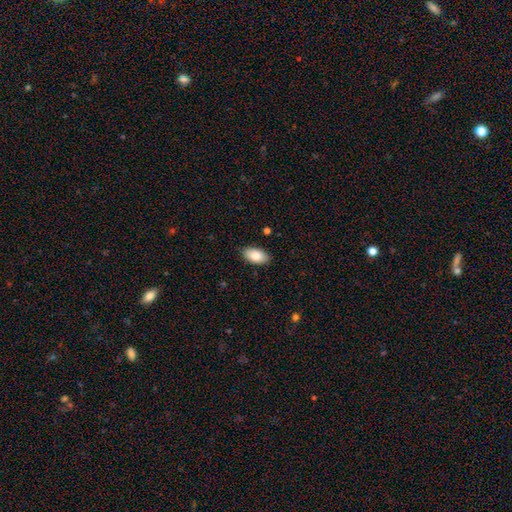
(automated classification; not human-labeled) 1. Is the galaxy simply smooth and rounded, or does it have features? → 86% smooth, 8% featured or disk, 7% star or artifact.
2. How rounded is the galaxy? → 95% in between, 3% round, 2% cigar-shaped.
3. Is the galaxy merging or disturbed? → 87% none, 10% minor disturbance, 2% major disturbance, 1% merger.